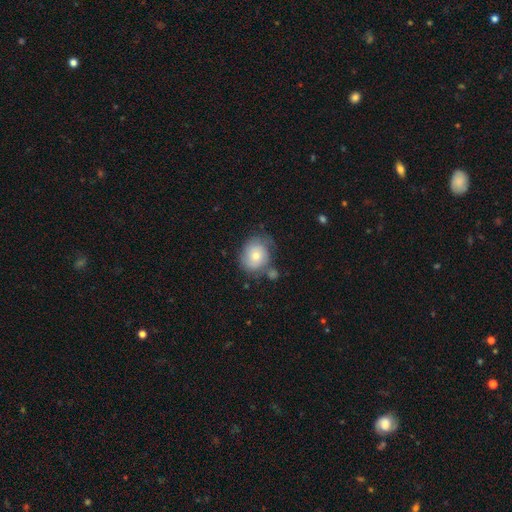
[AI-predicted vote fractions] Morphology: type=smooth (67%); roundness=round (67%); merging=none (55%).